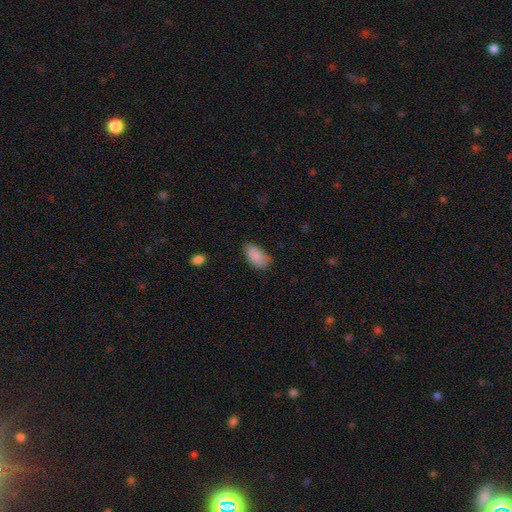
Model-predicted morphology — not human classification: A smooth galaxy with no disk features (88%) that is in between round and cigar-shaped (94%). Merging: none (75%).